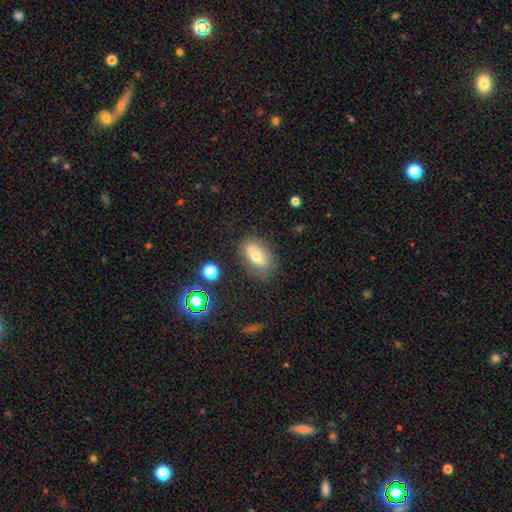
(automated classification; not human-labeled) A smooth galaxy with no disk features (62%) that is in between round and cigar-shaped (86%). Merging: none (73%).